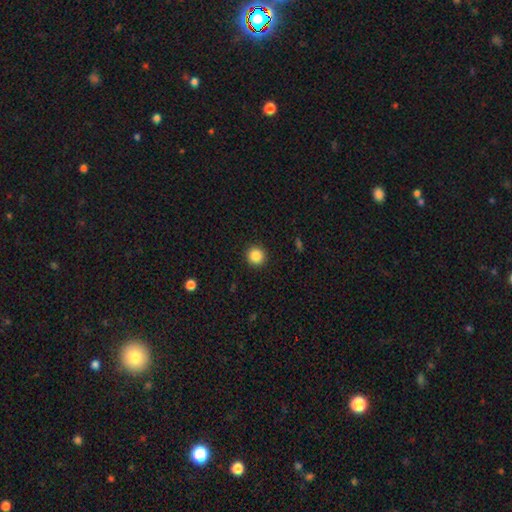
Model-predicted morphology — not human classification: smooth 86%, star or artifact 10%, featured or disk 4%. Down the decision tree: how rounded — round (95%); merging — none (92%).